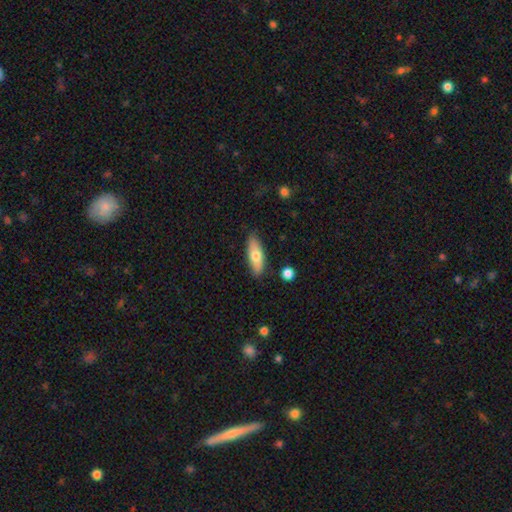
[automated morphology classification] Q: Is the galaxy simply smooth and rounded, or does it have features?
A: smooth — 67%.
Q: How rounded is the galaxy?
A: in between — 67%.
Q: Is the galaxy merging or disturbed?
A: none — 84%.